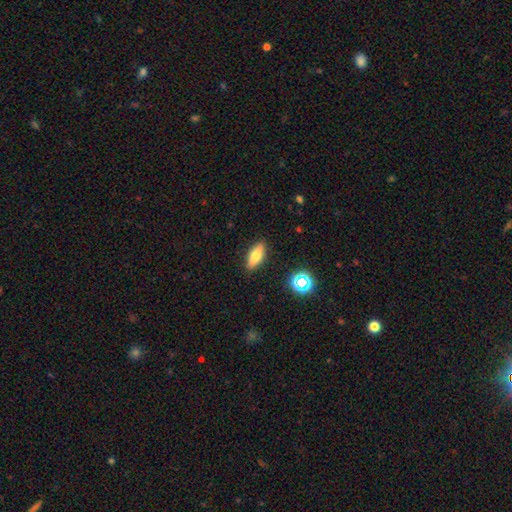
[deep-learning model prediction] Smooth or featured? smooth (72%)
How rounded? in between (71%)
Merging? none (87%)